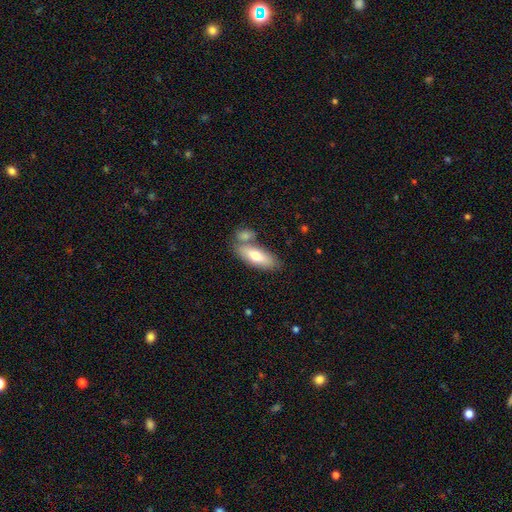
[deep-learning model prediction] Q: Smooth or featured?
A: smooth (71%); runner-up: featured or disk (23%)
Q: How rounded?
A: in between (69%); runner-up: cigar-shaped (28%)
Q: Merging?
A: none (58%); runner-up: merger (25%)